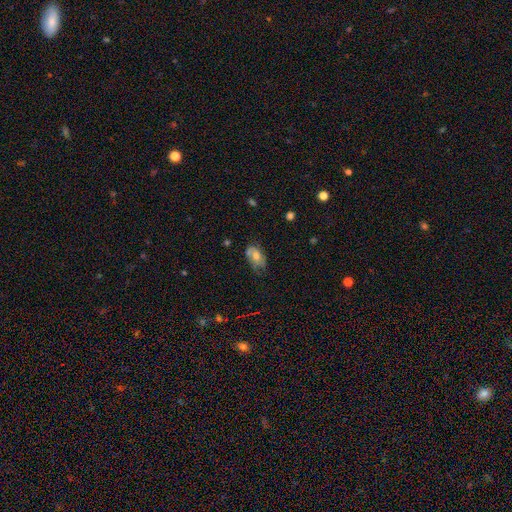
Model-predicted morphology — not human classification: smooth-or-featured: smooth: 55% | featured or disk: 35% | star or artifact: 10%
  how-rounded: in between: 88% | round: 9% | cigar-shaped: 2%
  merging: none: 48% | minor disturbance: 33% | major disturbance: 15% | merger: 5%